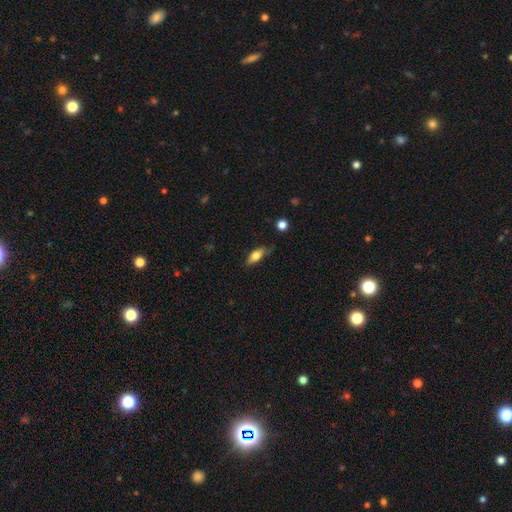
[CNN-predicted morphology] Smooth or featured: smooth — 73% (featured or disk — 20%)
How rounded: in between — 74% (cigar-shaped — 22%)
Merging: none — 67% (minor disturbance — 25%)